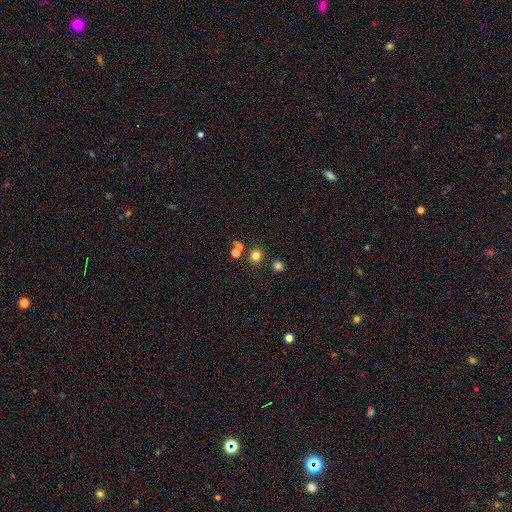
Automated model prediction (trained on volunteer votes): A smooth galaxy with no disk features (76%) that is round (89%). Merging: none (79%).